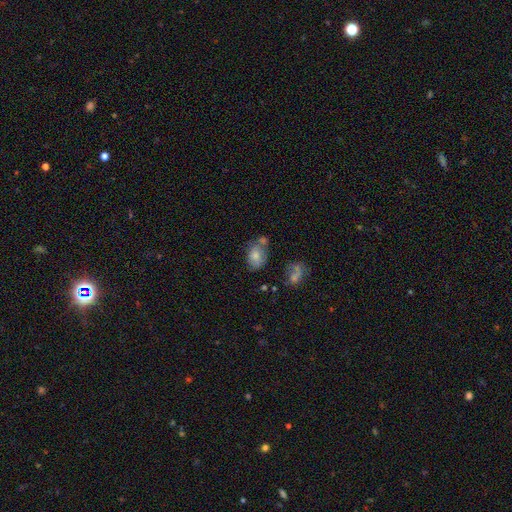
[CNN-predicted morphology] This is likely a smooth galaxy (71%). How rounded: likely in between (76%). Merging: possibly none (45%).